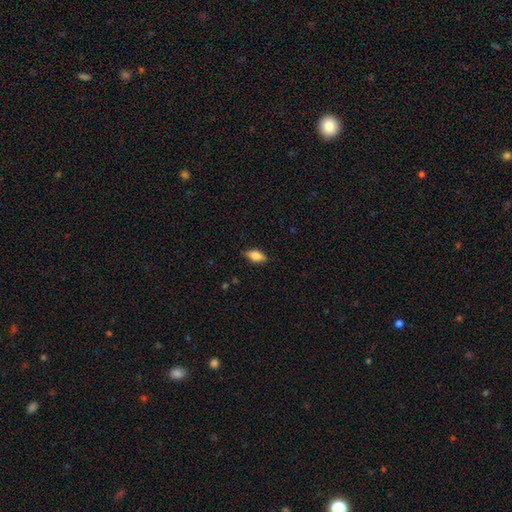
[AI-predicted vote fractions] This is likely a smooth galaxy (72%). How rounded: clearly in between (82%). Merging: clearly none (83%).